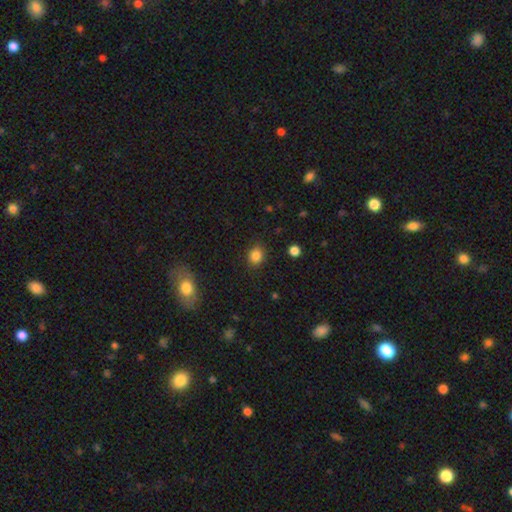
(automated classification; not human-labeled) This appears to be a smooth galaxy with no disk features (85%) that is round (62%). Merging: none (87%).